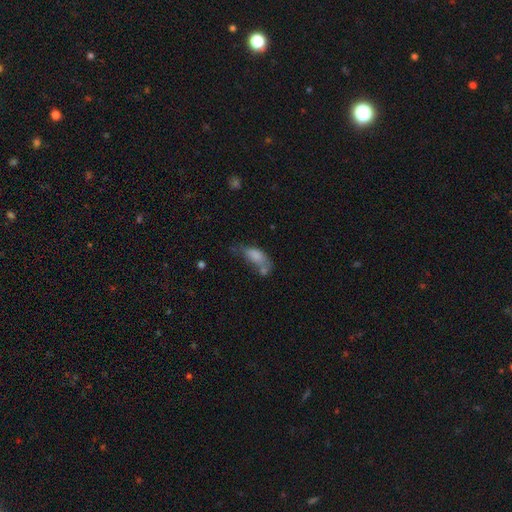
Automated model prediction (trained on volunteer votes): This appears to be a smooth galaxy with no disk features (71%) that is in between round and cigar-shaped (83%). Merging: major disturbance (27%).